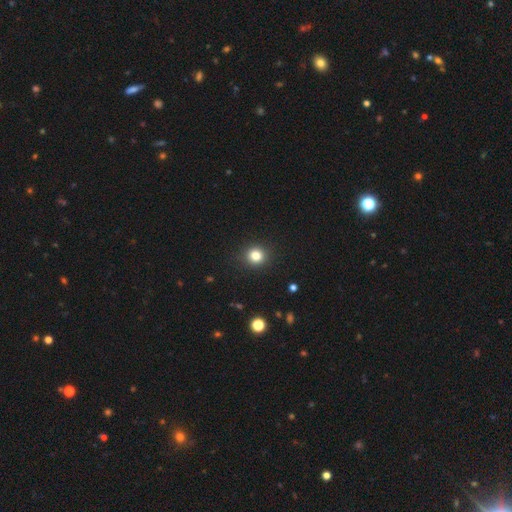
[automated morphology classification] type=smooth (82%); roundness=round (90%); merging=none (91%).